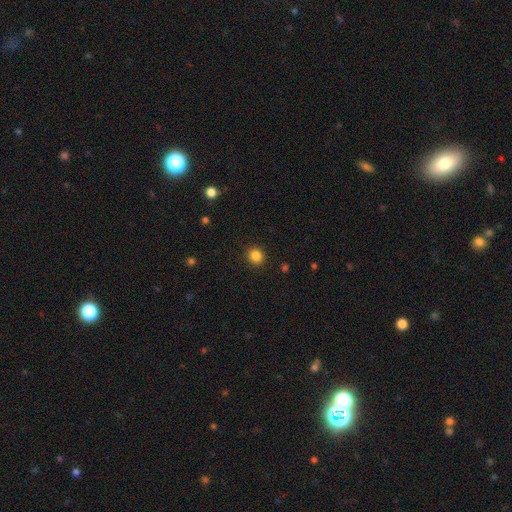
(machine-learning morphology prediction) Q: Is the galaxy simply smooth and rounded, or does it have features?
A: smooth — 85%.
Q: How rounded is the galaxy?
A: round — 84%.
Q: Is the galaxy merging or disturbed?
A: none — 92%.